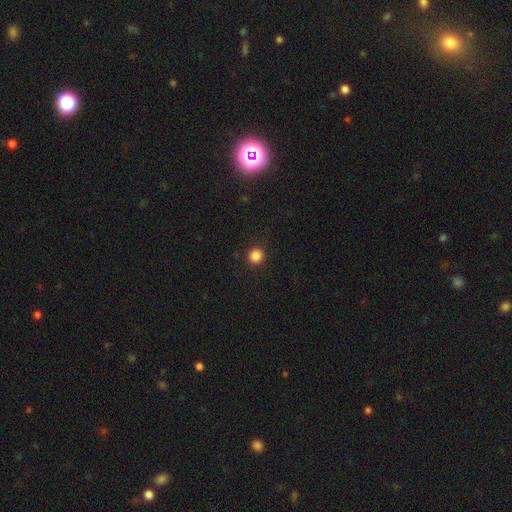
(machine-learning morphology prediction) The model was most divided on "smooth or featured": smooth: 85%, star or artifact: 12%, featured or disk: 3%. More confident: how rounded — round (94%); merging — none (92%).